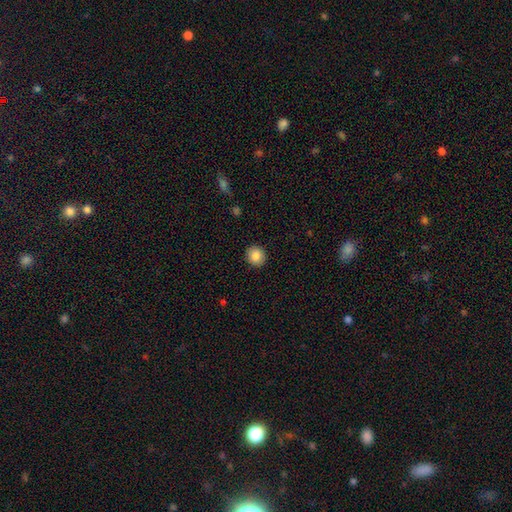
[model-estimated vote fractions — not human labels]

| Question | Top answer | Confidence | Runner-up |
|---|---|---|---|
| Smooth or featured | smooth | 87% | star or artifact (9%) |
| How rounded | round | 87% | in between (12%) |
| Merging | none | 91% | minor disturbance (6%) |